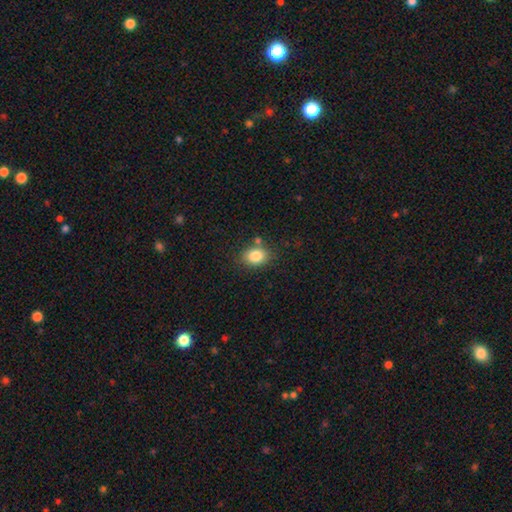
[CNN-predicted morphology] Smooth or featured: smooth — 84% (star or artifact — 9%)
How rounded: in between — 58% (round — 41%)
Merging: none — 75% (minor disturbance — 13%)